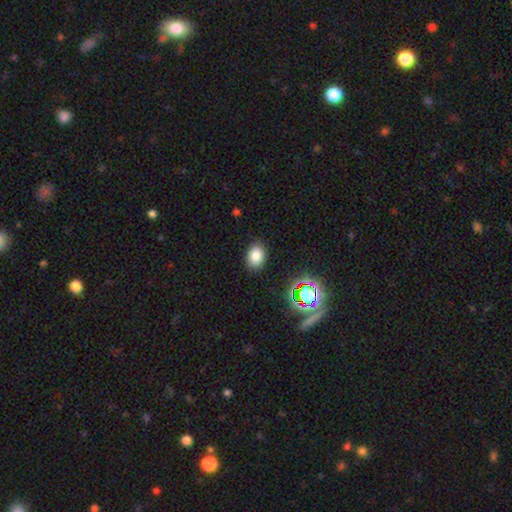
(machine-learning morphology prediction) smooth 80%, star or artifact 14%, featured or disk 6%. Down the decision tree: how rounded — in between (75%); merging — none (87%).